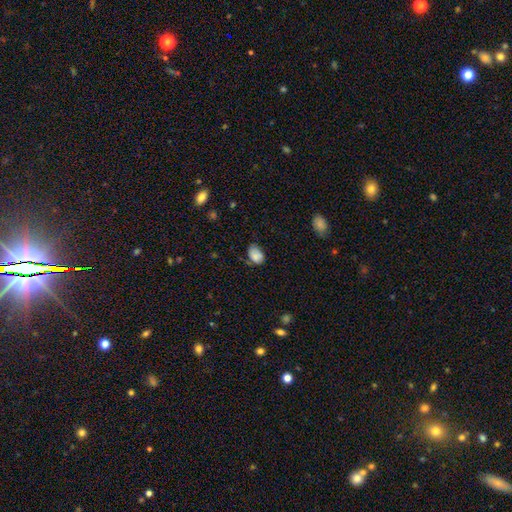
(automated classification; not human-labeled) A smooth galaxy with no disk features (84%) that is in between round and cigar-shaped (84%).

Vote fractions:
- Smooth or featured? smooth: 84% / star or artifact: 9% / featured or disk: 7%
- How rounded? in between: 84% / round: 14% / cigar-shaped: 1%
- Merging? none: 51% / minor disturbance: 36% / major disturbance: 9% / merger: 4%